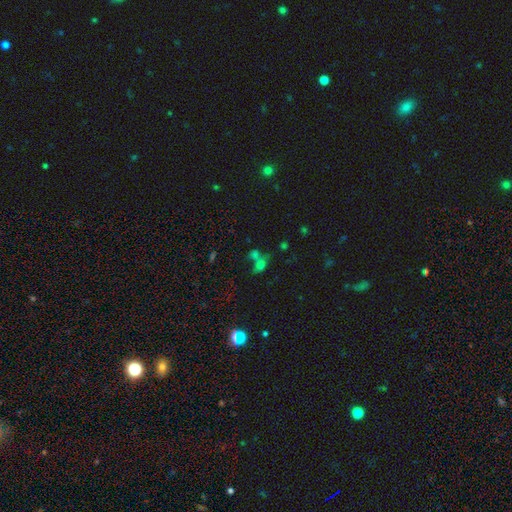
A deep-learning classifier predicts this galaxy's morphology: Smooth or featured: smooth — 48% (star or artifact — 36%)
Merging: merger — 45% (none — 37%)